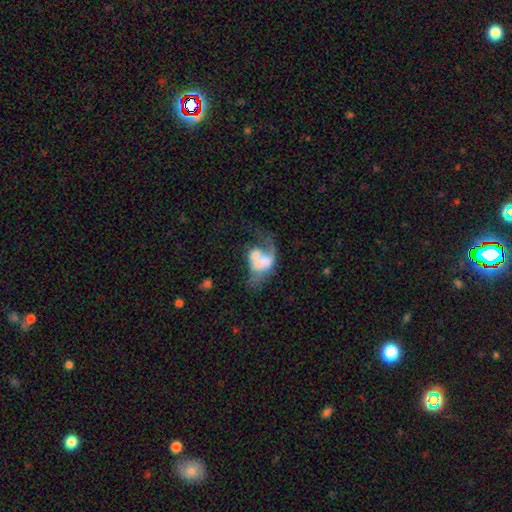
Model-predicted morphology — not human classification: Smooth or featured? Predicted: featured or disk (p=0.52). Edge-on disk? Predicted: no (p=0.96). Merging? Predicted: merger (p=0.43).